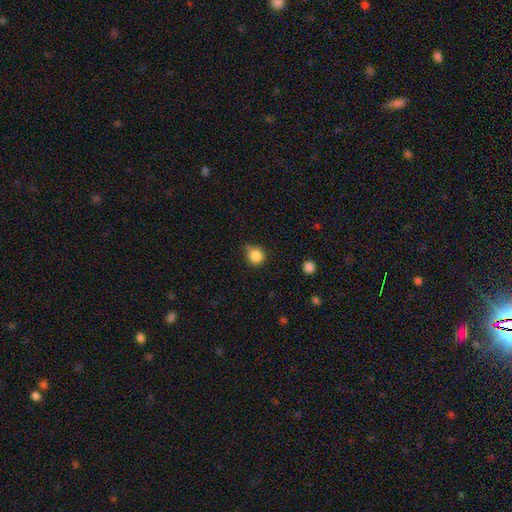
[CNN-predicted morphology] smooth-or-featured: smooth: 85% | star or artifact: 11% | featured or disk: 4%
  how-rounded: round: 92% | in between: 8% | cigar-shaped: 1%
  merging: none: 69% | minor disturbance: 22% | major disturbance: 4% | merger: 4%